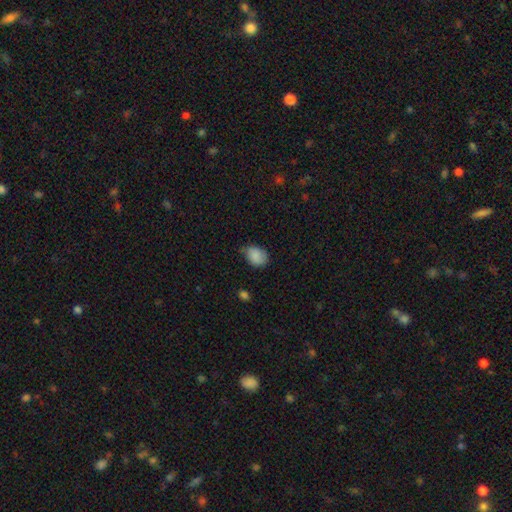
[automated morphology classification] The model was most divided on "merging": none: 60%, minor disturbance: 33%, major disturbance: 6%, merger: 2%. More confident: smooth or featured — smooth (84%); how rounded — in between (63%).